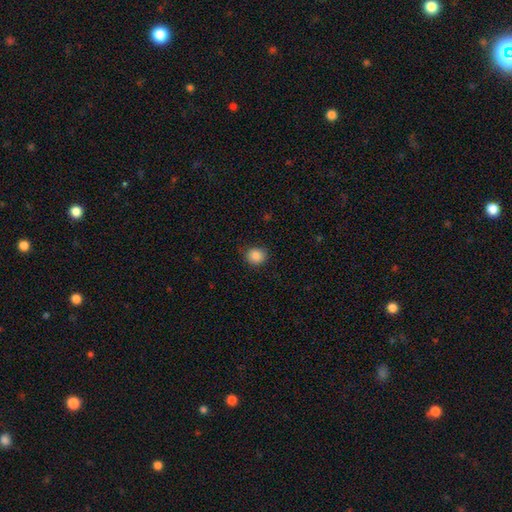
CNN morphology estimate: The model was most divided on "how rounded": round: 81%, in between: 18%, cigar-shaped: 1%. More confident: smooth or featured — smooth (87%); merging — none (86%).